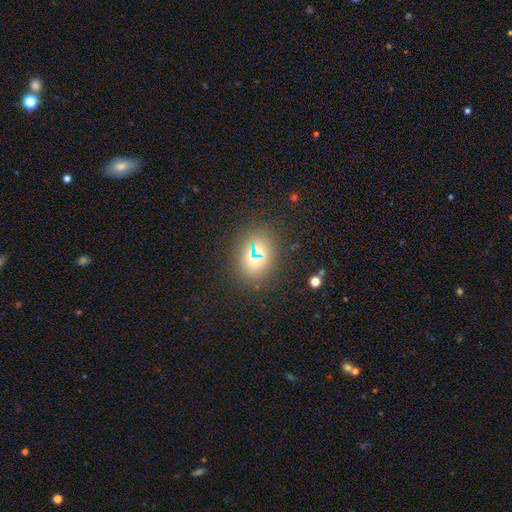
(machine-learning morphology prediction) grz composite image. It shows a smooth galaxy with no disk features (58%) that is round (63%). Merging: none (81%).